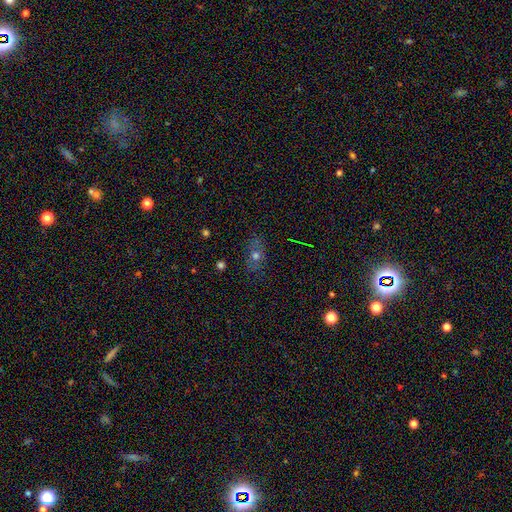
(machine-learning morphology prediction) Smooth or featured? Predicted: smooth (p=0.57). How rounded? Predicted: in between (p=0.64). Merging? Predicted: none (p=0.78).